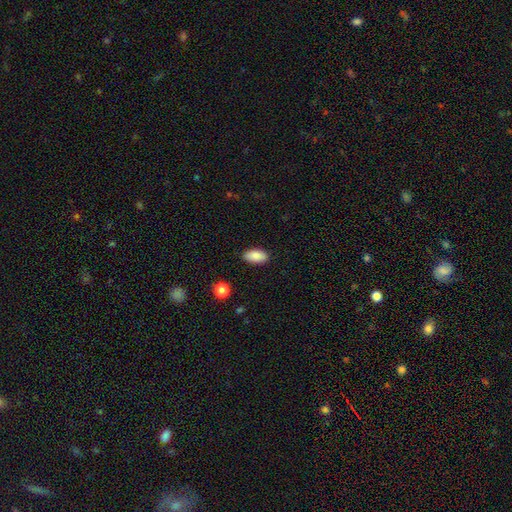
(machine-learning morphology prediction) Q: Smooth or featured?
A: smooth (87%); runner-up: star or artifact (7%)
Q: How rounded?
A: in between (93%); runner-up: cigar-shaped (4%)
Q: Merging?
A: none (88%); runner-up: minor disturbance (9%)